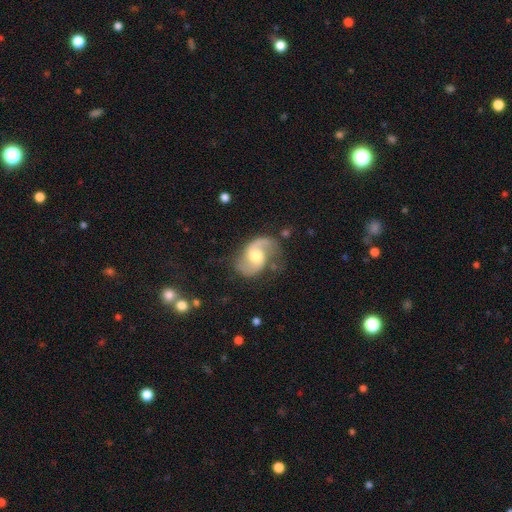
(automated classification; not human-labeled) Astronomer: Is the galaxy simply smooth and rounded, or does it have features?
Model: featured or disk — 86%.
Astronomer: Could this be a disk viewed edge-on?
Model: no — 98%.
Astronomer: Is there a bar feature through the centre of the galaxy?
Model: no — 49% (runner-up: weak, 42%).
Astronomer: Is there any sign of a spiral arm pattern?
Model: yes — 96%.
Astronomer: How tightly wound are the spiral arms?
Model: medium — 47% (runner-up: loose, 41%).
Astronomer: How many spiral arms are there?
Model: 2 — 89%.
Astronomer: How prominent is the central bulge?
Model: moderate — 70%.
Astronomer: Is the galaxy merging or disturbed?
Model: none — 69%.